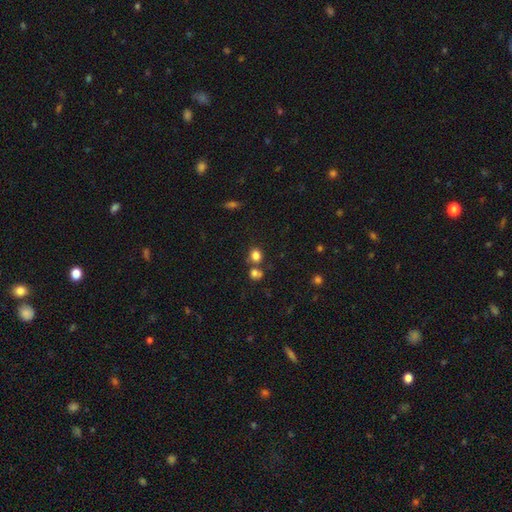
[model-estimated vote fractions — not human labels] Morphology: type=smooth (80%); roundness=round (68%); merging=none (62%).